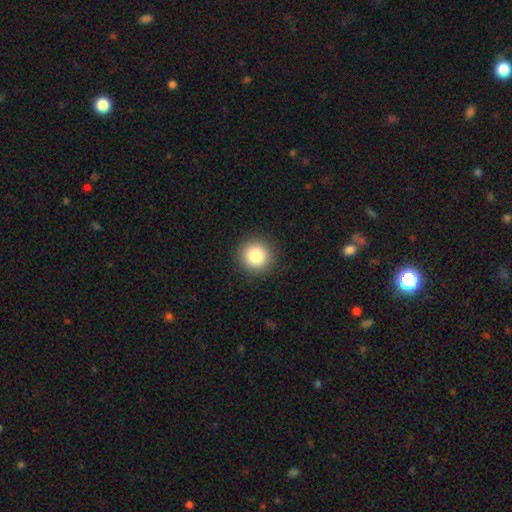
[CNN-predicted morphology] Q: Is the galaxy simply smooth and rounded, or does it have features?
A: smooth — 84%.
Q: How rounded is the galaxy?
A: round — 94%.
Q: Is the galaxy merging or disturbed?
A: none — 92%.